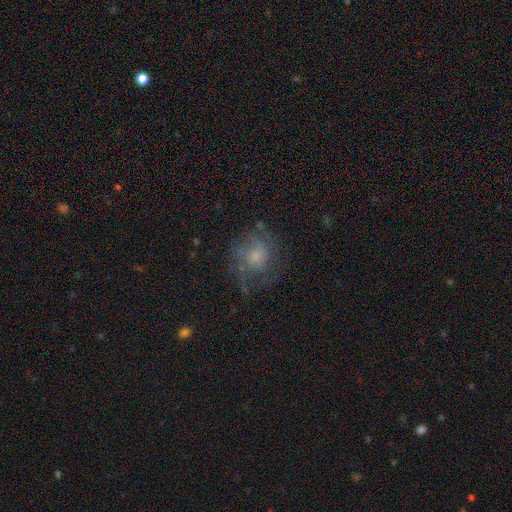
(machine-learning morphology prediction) type=featured or disk (57%); edge-on=no (97%); bar=no (79%); spiral arms=yes (77%); bulge=small (53%); merging=none (60%).